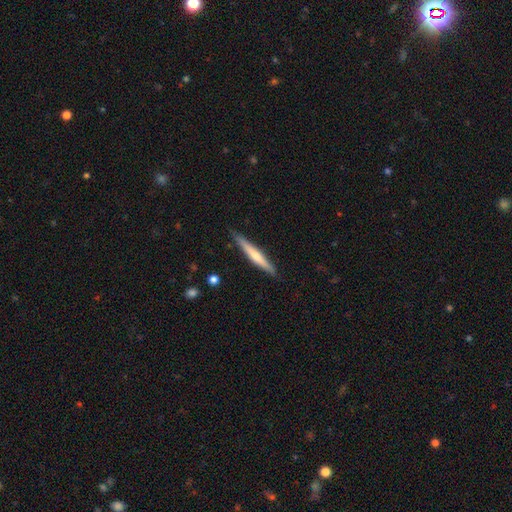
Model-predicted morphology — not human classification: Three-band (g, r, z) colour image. It shows a featured or disk galaxy (49%). Merging: none (88%).